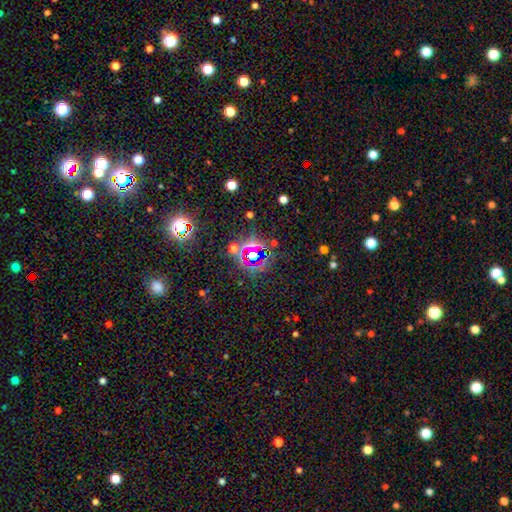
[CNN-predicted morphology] This appears to be a star or artifact, not a galaxy (74%).